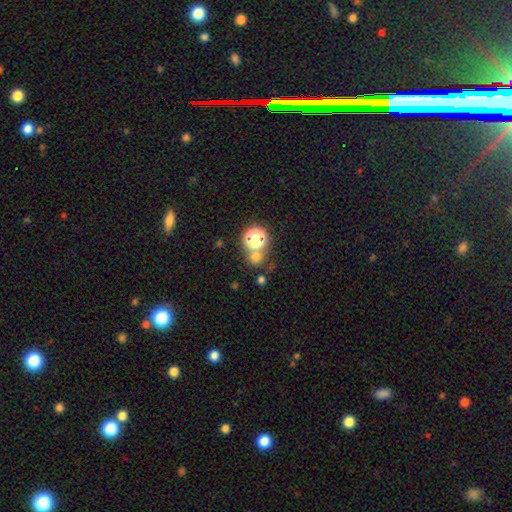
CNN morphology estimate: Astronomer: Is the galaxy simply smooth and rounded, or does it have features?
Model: smooth — 65%.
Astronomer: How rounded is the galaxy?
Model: round — 87%.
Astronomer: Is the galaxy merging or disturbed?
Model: none — 64%.